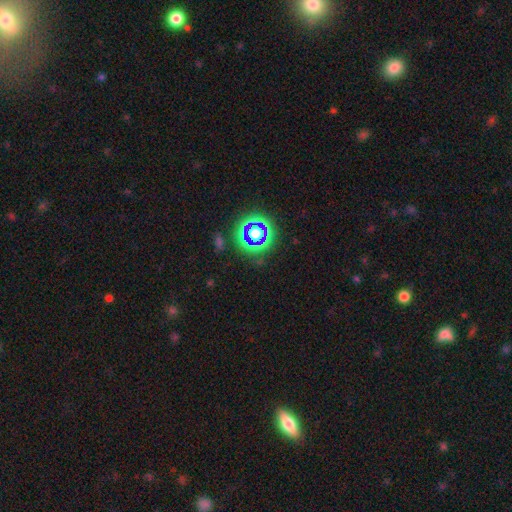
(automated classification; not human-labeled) Smooth or featured? star or artifact (58%)